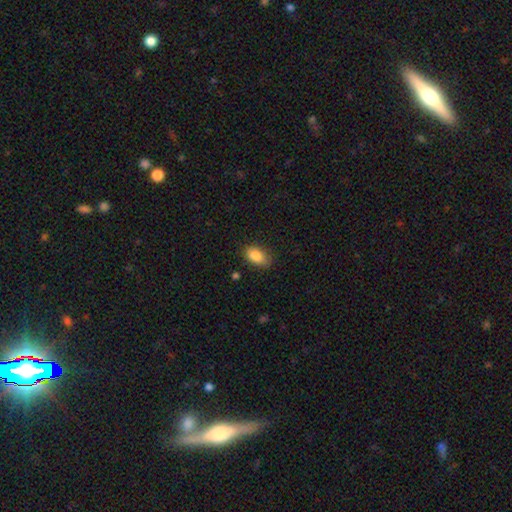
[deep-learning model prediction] Morphology: type=smooth (86%); roundness=in between (90%); merging=none (77%).